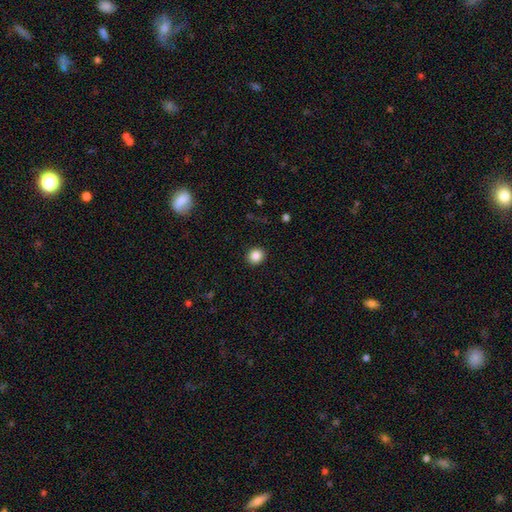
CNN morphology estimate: A smooth galaxy with no disk features (86%) that is round (86%). Merging: none (92%).